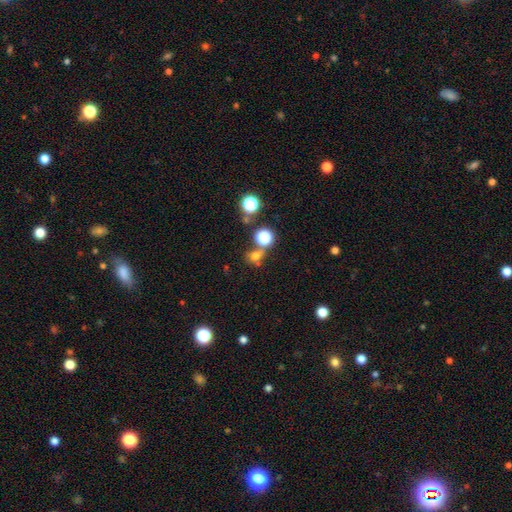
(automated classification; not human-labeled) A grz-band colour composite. It shows a smooth galaxy with no disk features (63%) that is round (79%). Merging: none (57%).